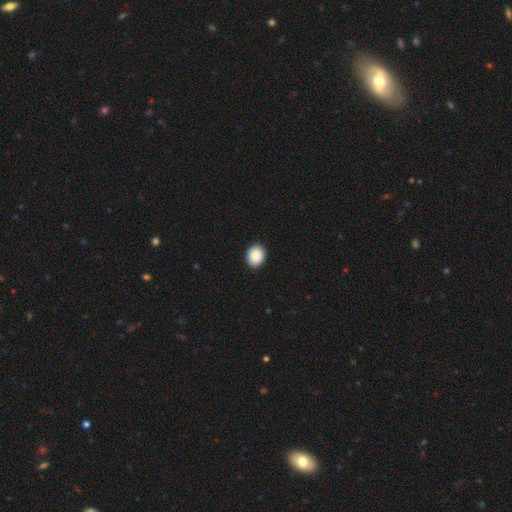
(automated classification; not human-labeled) This appears to be a smooth galaxy with no disk features (89%) that is round (54%). Merging: none (92%).